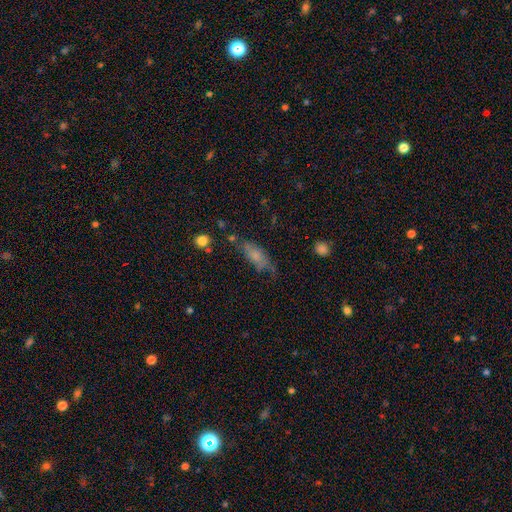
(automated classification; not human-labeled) Q: Smooth or featured?
A: smooth (60%); runner-up: featured or disk (30%)
Q: How rounded?
A: in between (68%); runner-up: cigar-shaped (29%)
Q: Merging?
A: none (49%); runner-up: minor disturbance (31%)